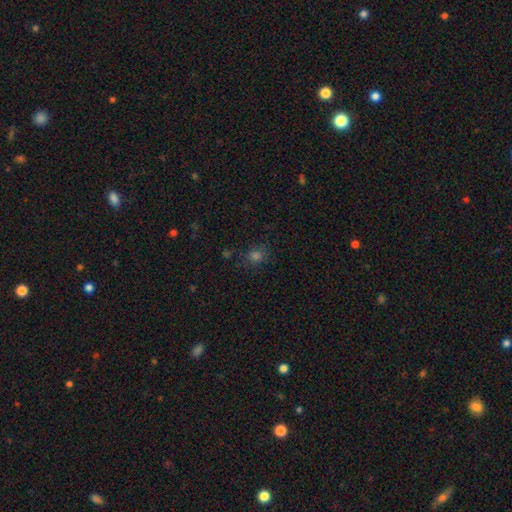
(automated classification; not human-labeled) smooth-or-featured: smooth: 68% | star or artifact: 26% | featured or disk: 6%
  how-rounded: round: 75% | in between: 24% | cigar-shaped: 1%
  merging: none: 81% | minor disturbance: 12% | major disturbance: 4% | merger: 3%